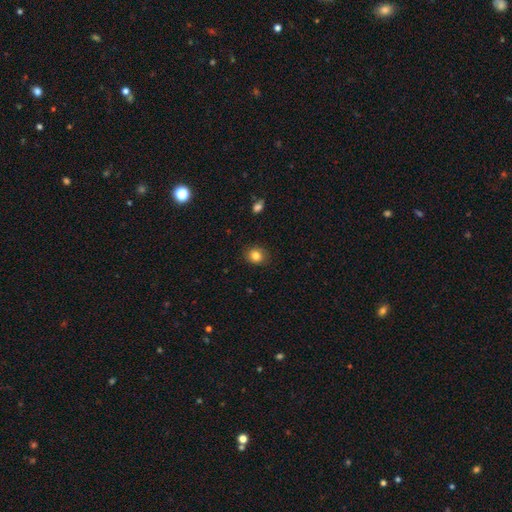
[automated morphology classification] smooth 83%, star or artifact 11%, featured or disk 6%. Down the decision tree: how rounded — round (73%); merging — none (87%).